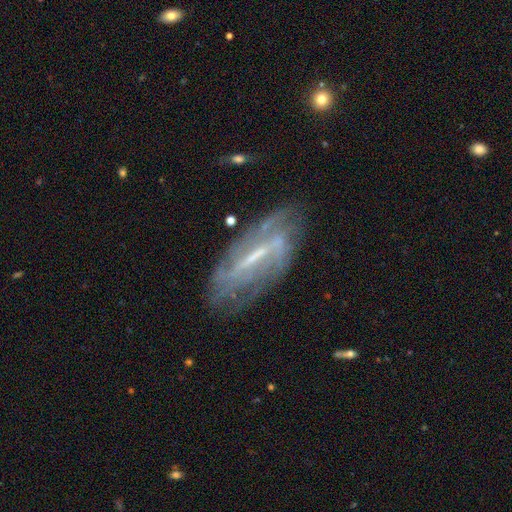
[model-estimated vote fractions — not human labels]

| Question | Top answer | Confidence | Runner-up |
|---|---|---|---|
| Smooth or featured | featured or disk | 80% | smooth (13%) |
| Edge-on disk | no | 82% | yes (18%) |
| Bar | strong | 62% | weak (29%) |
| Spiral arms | yes | 78% | no (22%) |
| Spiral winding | tight | 44% | medium (35%) |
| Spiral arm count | can't tell | 48% | 2 (31%) |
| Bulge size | small | 48% | moderate (27%) |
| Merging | none | 67% | minor disturbance (20%) |